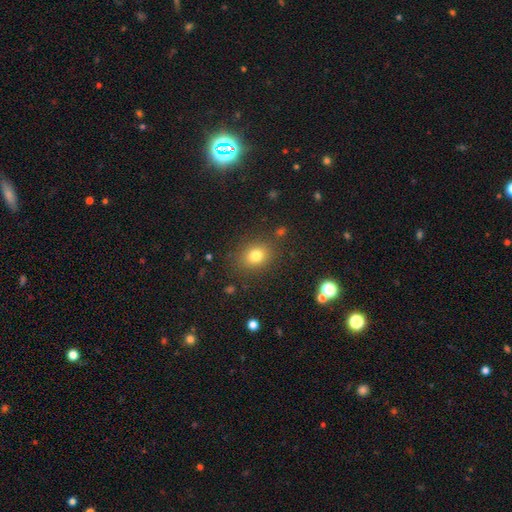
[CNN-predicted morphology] Q: Smooth or featured?
A: smooth (78%); runner-up: star or artifact (13%)
Q: How rounded?
A: round (56%); runner-up: in between (43%)
Q: Merging?
A: none (84%); runner-up: minor disturbance (10%)